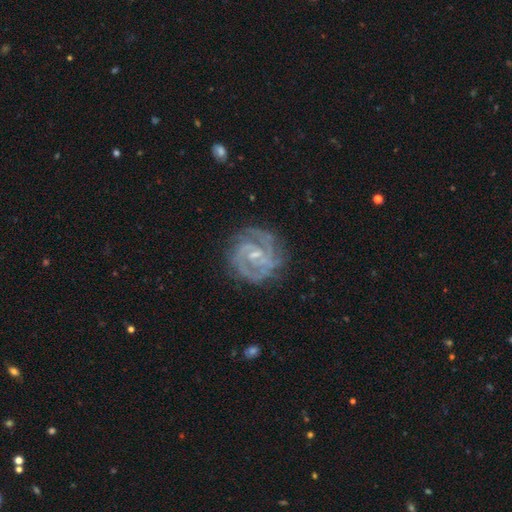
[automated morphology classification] type=featured or disk (91%); edge-on=no (98%); bar=weak (50%); spiral arms=yes (98%); winding=tight (66%); arm count=2 (57%); bulge=small (68%); merging=none (78%).